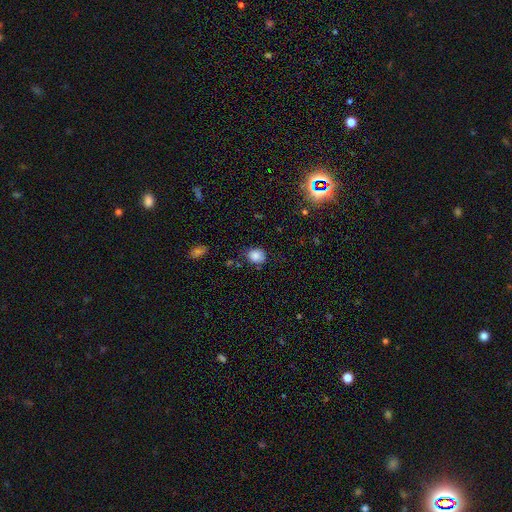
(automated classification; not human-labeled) Overall: smooth (84%). How rounded: round (67%; in between 32%). Merging: none (70%).